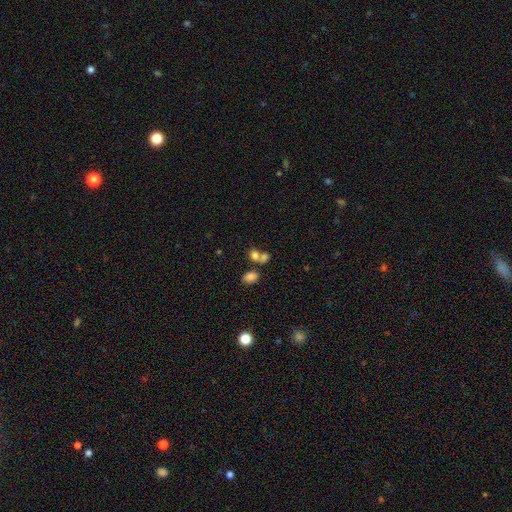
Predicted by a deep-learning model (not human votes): The model was most divided on "merging": merger: 53%, none: 34%, minor disturbance: 8%, major disturbance: 5%. More confident: smooth or featured — smooth (76%); how rounded — in between (61%).